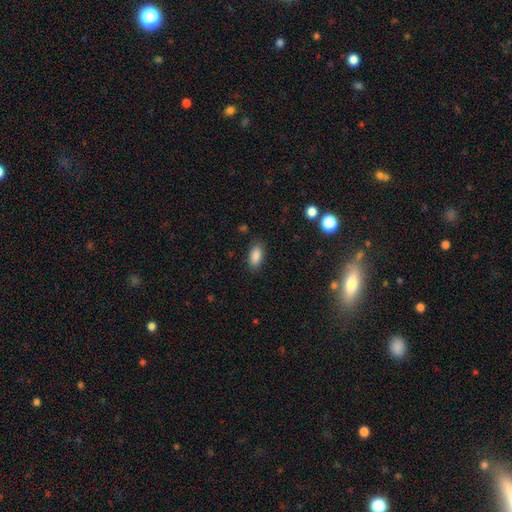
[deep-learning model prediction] smooth 88%, star or artifact 8%, featured or disk 4%. Down the decision tree: how rounded — in between (91%); merging — none (85%).